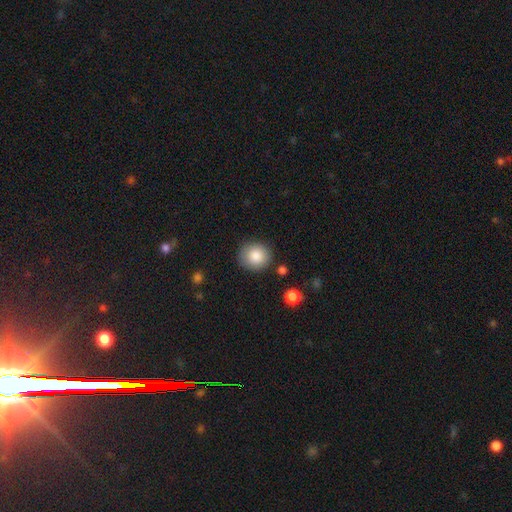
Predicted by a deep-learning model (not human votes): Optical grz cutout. It shows a smooth galaxy with no disk features (85%) that is round (85%). Merging: none (85%).